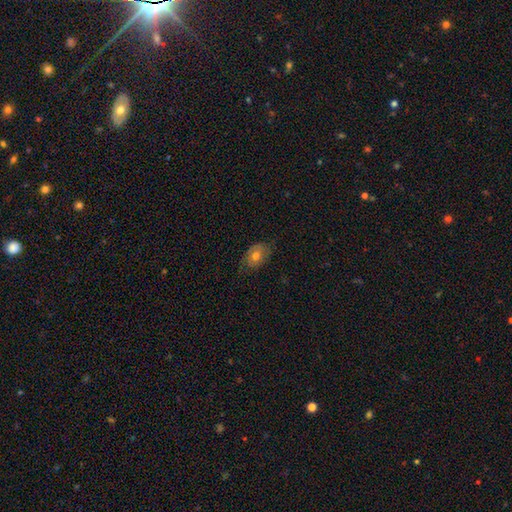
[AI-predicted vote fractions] Morphology: type=smooth (64%); roundness=in between (84%); merging=none (68%).